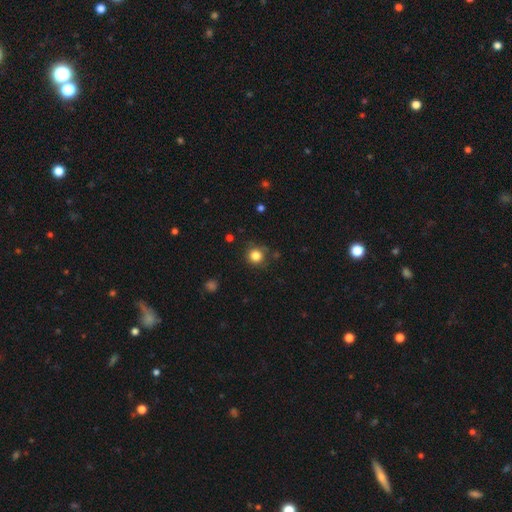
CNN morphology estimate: Q: Smooth or featured?
A: smooth (83%); runner-up: star or artifact (12%)
Q: How rounded?
A: round (92%); runner-up: in between (7%)
Q: Merging?
A: none (81%); runner-up: minor disturbance (13%)